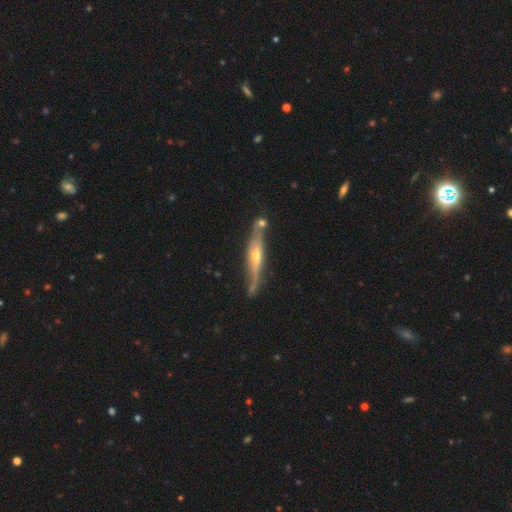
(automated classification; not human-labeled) Smooth or featured: featured or disk — 75% (smooth — 20%)
Edge-on disk: yes — 90% (no — 10%)
Edge-on bulge: rounded — 82% (none — 11%)
Merging: none — 66% (minor disturbance — 17%)